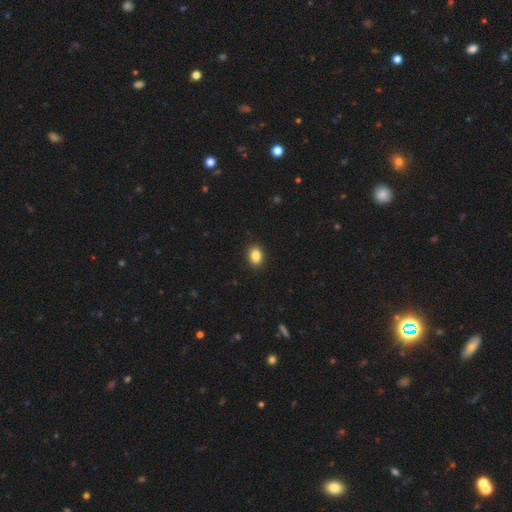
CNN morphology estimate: This appears to be a smooth galaxy with no disk features (87%) that is in between round and cigar-shaped (81%). Merging: none (90%).